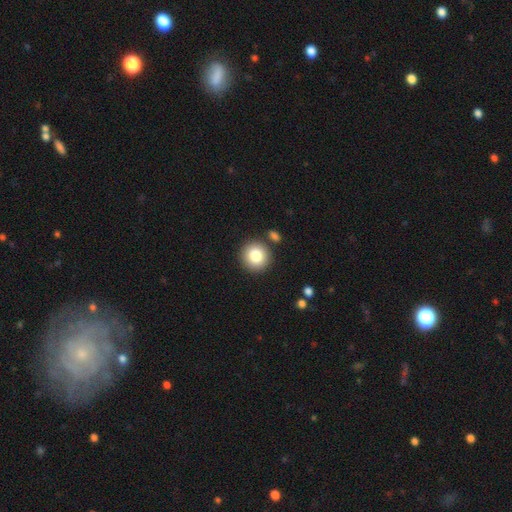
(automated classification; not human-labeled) Smooth or featured?
  - smooth: 83% *
  - star or artifact: 9%
  - featured or disk: 8%
How rounded?
  - round: 93% *
  - in between: 6%
  - cigar-shaped: 1%
Merging?
  - none: 84% *
  - minor disturbance: 7%
  - merger: 6%
  - major disturbance: 2%